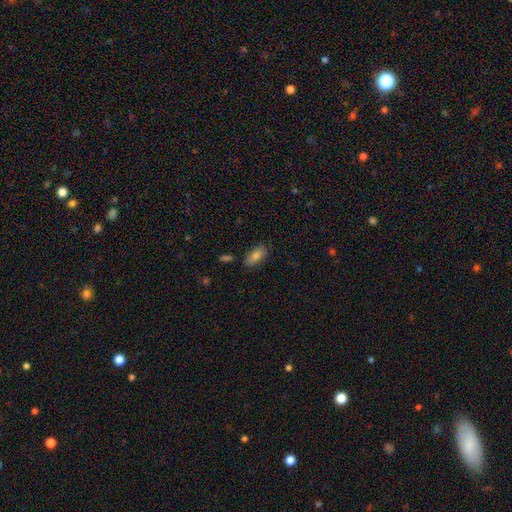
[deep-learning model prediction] A smooth galaxy with no disk features (76%) that is in between round and cigar-shaped (87%). Merging: none (79%).